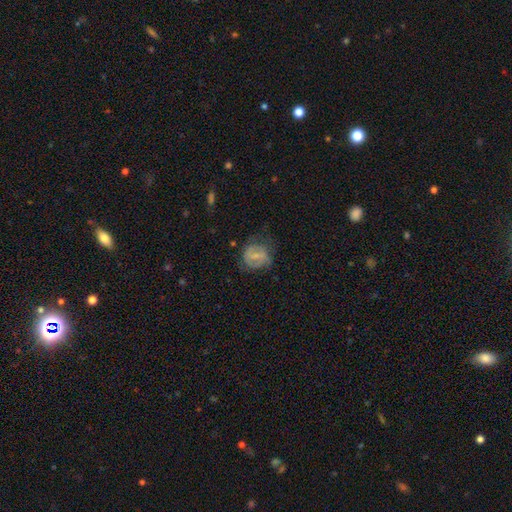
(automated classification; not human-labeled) This appears to be a featured or disk galaxy (50%). Merging: none (54%).